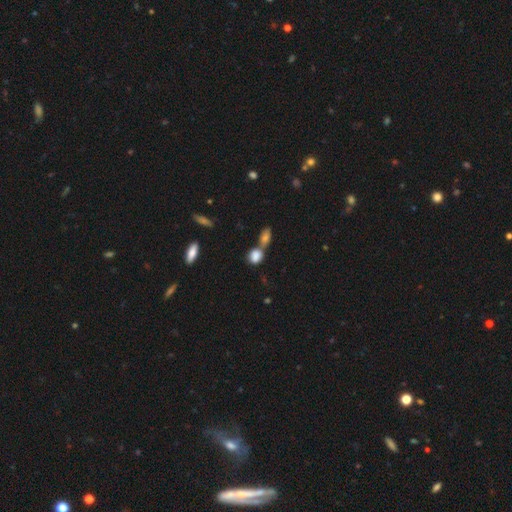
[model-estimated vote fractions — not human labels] The model was most divided on "how rounded": in between: 50%, round: 46%, cigar-shaped: 4%. More confident: smooth or featured — smooth (83%); merging — merger (52%).